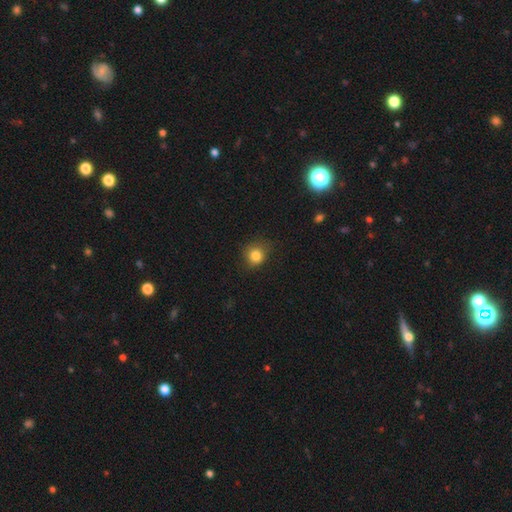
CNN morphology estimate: smooth 82%, star or artifact 12%, featured or disk 6%. Down the decision tree: how rounded — round (79%); merging — none (75%).